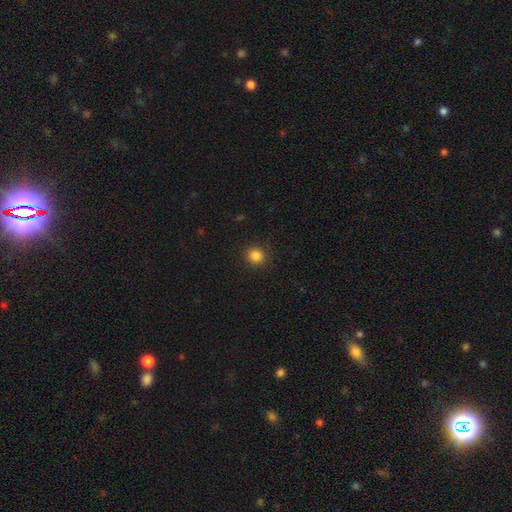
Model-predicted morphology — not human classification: A smooth galaxy with no disk features (85%) that is round (90%).

Vote fractions:
- Smooth or featured? smooth: 85% / star or artifact: 12% / featured or disk: 4%
- How rounded? round: 90% / in between: 9% / cigar-shaped: 1%
- Merging? none: 91% / minor disturbance: 6% / major disturbance: 2% / merger: 1%